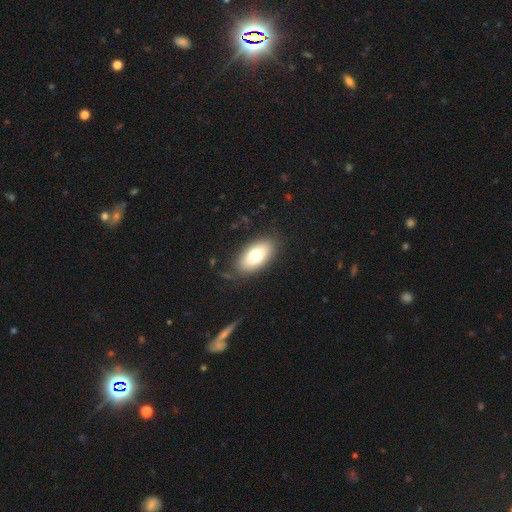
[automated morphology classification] smooth_or_featured: smooth (p=0.73) [alt: featured or disk p=0.19]
how_rounded: in between (p=0.92) [alt: round p=0.04]
merging: none (p=0.83) [alt: minor disturbance p=0.12]